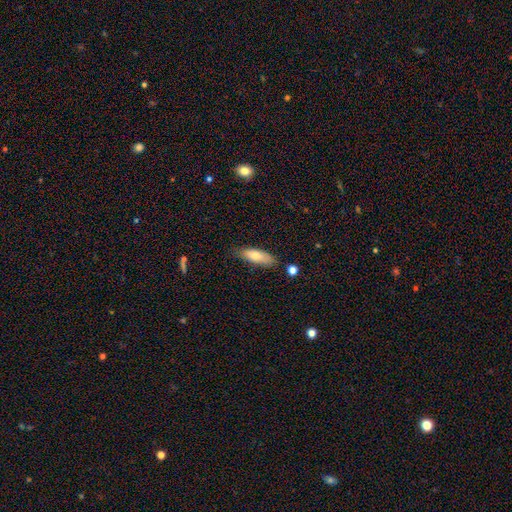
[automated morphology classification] This is likely a smooth galaxy (76%). How rounded: possibly in between (59%). Merging: likely none (74%).